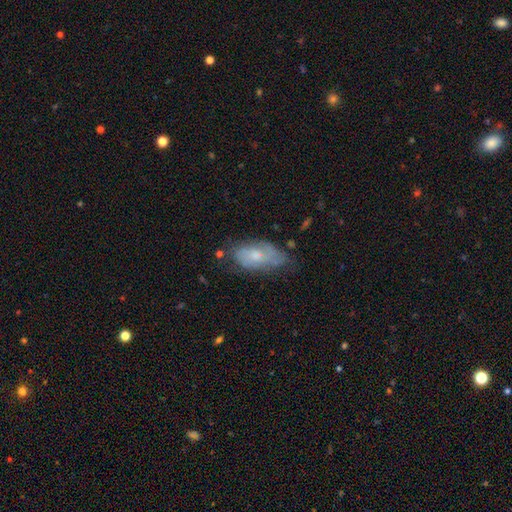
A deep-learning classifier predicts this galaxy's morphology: A featured or disk galaxy (47%).

Vote fractions:
- Smooth or featured? featured or disk: 47% / smooth: 46% / star or artifact: 8%
- Merging? none: 53% / minor disturbance: 32% / major disturbance: 12% / merger: 3%